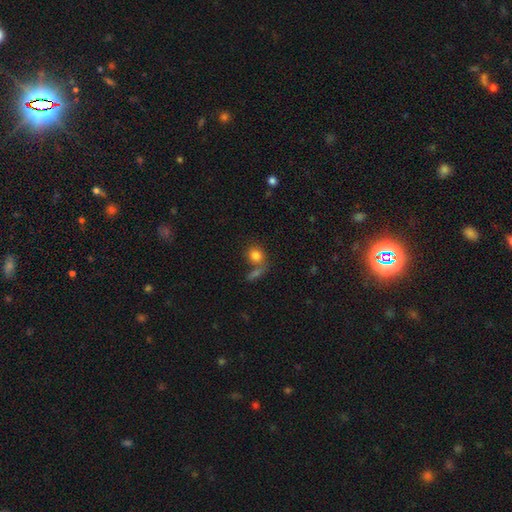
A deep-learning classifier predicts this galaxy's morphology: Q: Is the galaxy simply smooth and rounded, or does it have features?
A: smooth — 82%.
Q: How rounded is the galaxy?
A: round — 69%.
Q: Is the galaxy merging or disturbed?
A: none — 49%.